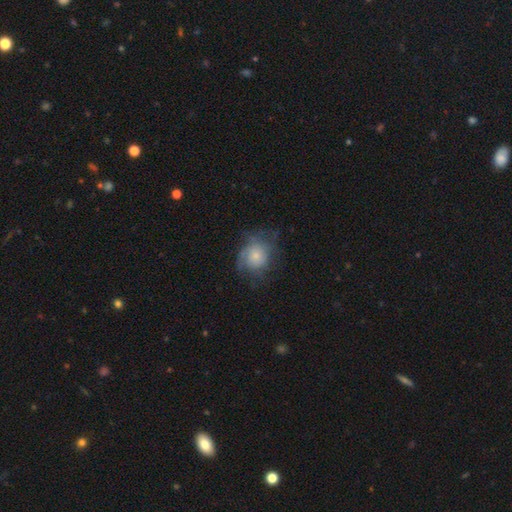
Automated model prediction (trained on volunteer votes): Smooth or featured? Predicted: smooth (p=0.59). How rounded? Predicted: round (p=0.68). Merging? Predicted: none (p=0.52).